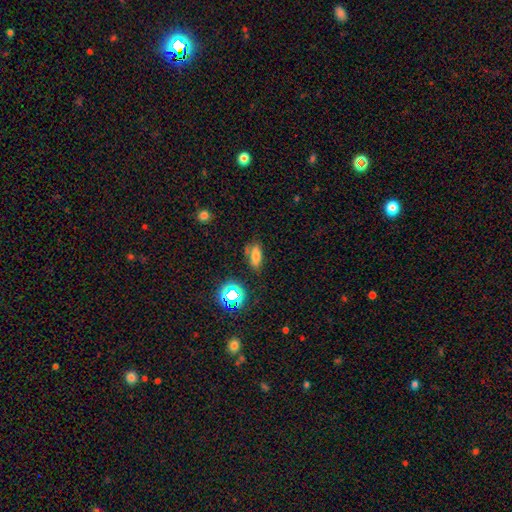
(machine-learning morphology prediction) This appears to be a smooth galaxy with no disk features (69%) that is in between round and cigar-shaped (73%). Merging: none (69%).